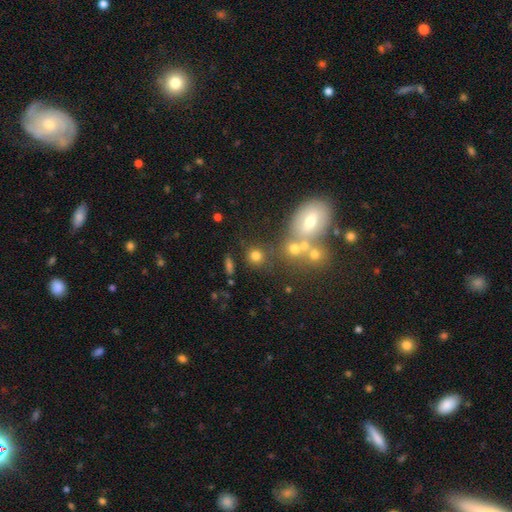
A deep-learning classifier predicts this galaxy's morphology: A smooth galaxy with no disk features (74%) that is round (82%). Merging: none (70%).